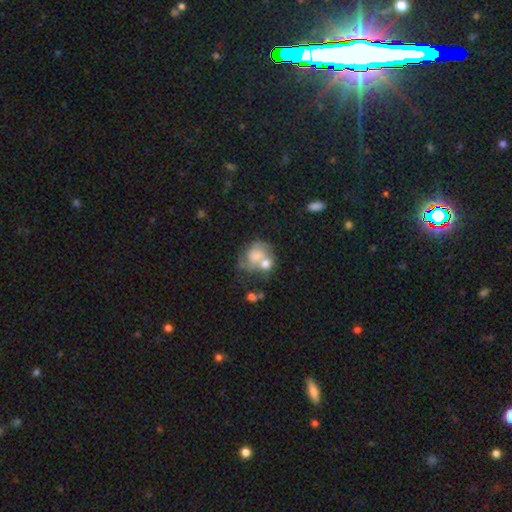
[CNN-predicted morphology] Q: Smooth or featured?
A: smooth (48%); runner-up: featured or disk (44%)
Q: Merging?
A: merger (51%); runner-up: none (22%)